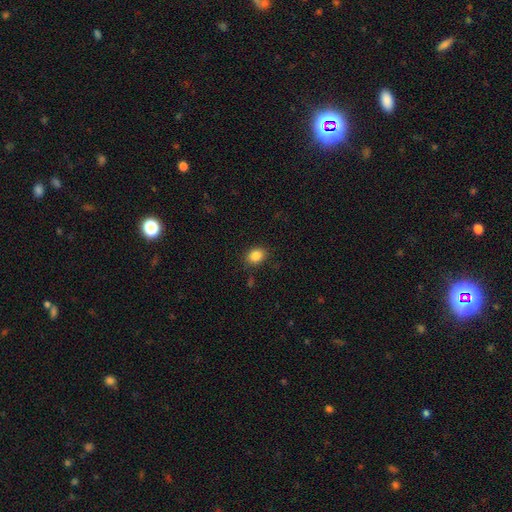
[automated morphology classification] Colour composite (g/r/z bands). It shows a smooth galaxy with no disk features (86%) that is in between round and cigar-shaped (57%). Merging: none (84%).